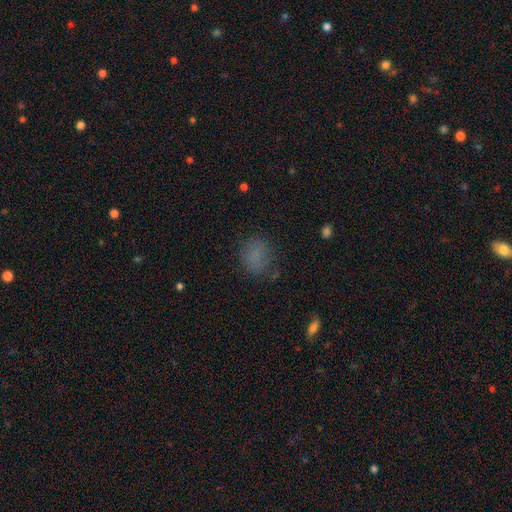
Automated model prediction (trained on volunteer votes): Q: Smooth or featured?
A: smooth (75%); runner-up: star or artifact (16%)
Q: How rounded?
A: round (54%); runner-up: in between (45%)
Q: Merging?
A: none (71%); runner-up: minor disturbance (19%)